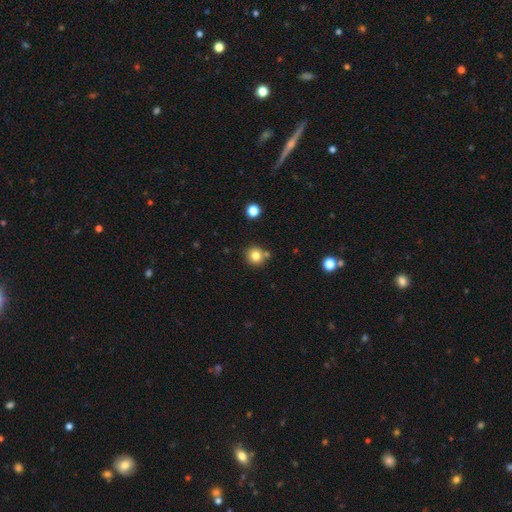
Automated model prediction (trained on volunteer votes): A smooth galaxy with no disk features (80%) that is round (91%). Merging: none (75%).